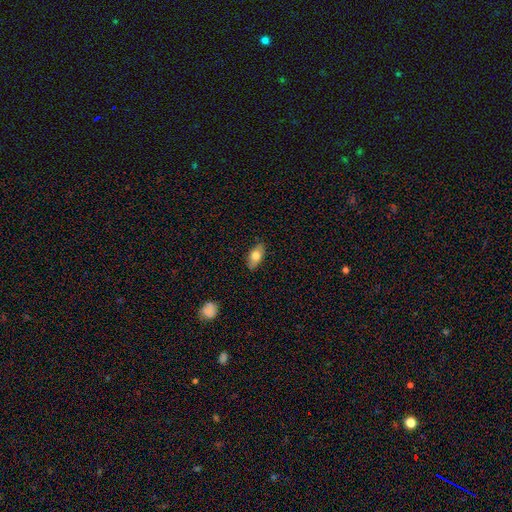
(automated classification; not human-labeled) This is likely a smooth galaxy (71%). How rounded: clearly in between (87%). Merging: clearly none (86%).